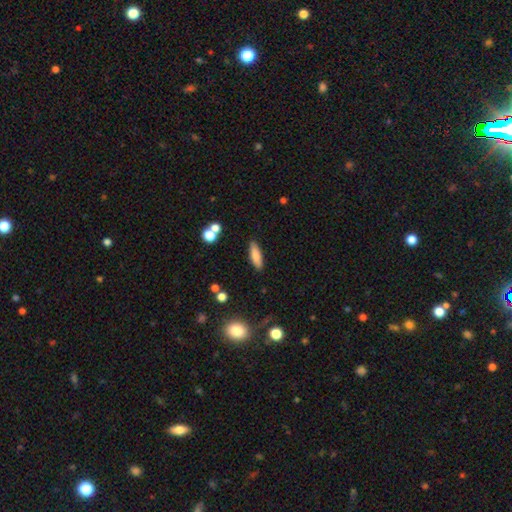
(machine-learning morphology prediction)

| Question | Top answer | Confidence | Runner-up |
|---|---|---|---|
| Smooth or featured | smooth | 81% | featured or disk (12%) |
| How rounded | cigar-shaped | 50% | in between (48%) |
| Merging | none | 86% | minor disturbance (9%) |